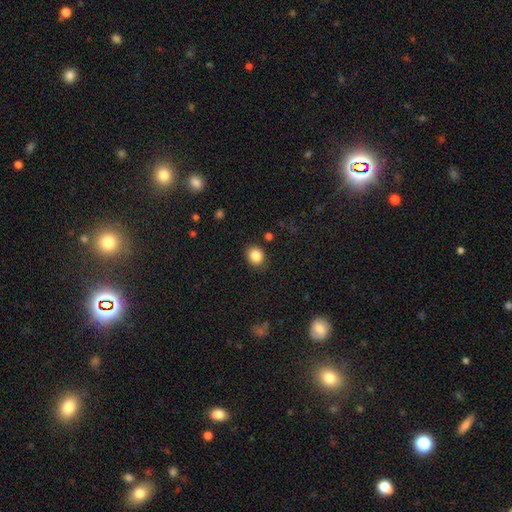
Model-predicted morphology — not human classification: A smooth galaxy with no disk features (86%) that is round (74%). Merging: none (82%).